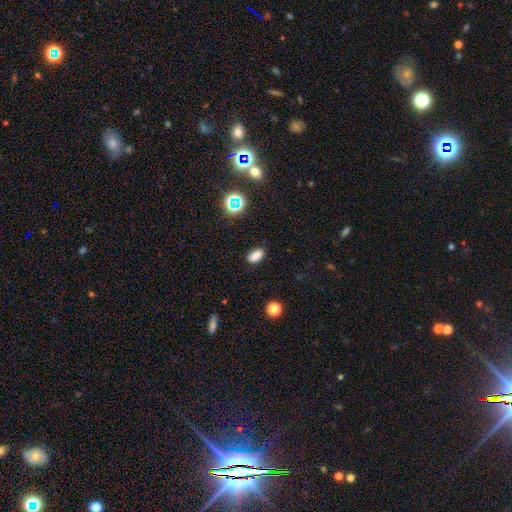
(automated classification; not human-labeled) smooth 81%, star or artifact 14%, featured or disk 6%. Down the decision tree: how rounded — in between (85%); merging — none (88%).